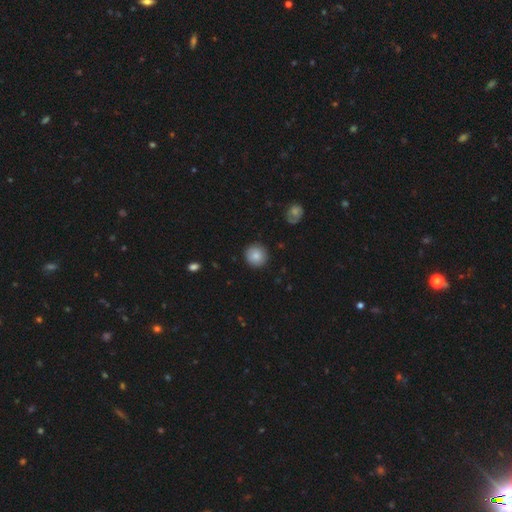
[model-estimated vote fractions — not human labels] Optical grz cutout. It shows a smooth galaxy with no disk features (84%) that is round (93%). Merging: none (90%).